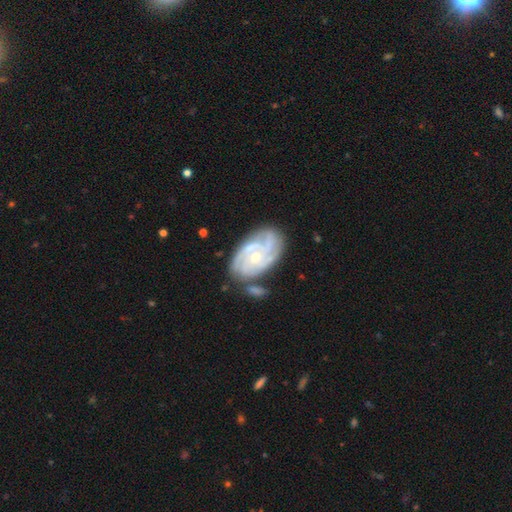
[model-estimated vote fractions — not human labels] Smooth or featured? Predicted: featured or disk (p=0.85). Edge-on disk? Predicted: no (p=0.97). Bar? Predicted: no (p=0.68). Spiral arms? Predicted: yes (p=0.96). Spiral winding? Predicted: tight (p=0.64). Spiral arm count? Predicted: 3 (p=0.31). Bulge size? Predicted: small (p=0.50). Merging? Predicted: none (p=0.62).